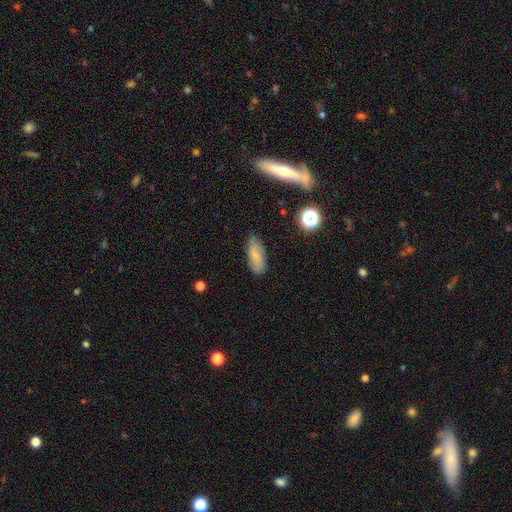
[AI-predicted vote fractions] A smooth galaxy with no disk features (67%) that is in between round and cigar-shaped (78%). Merging: none (78%).